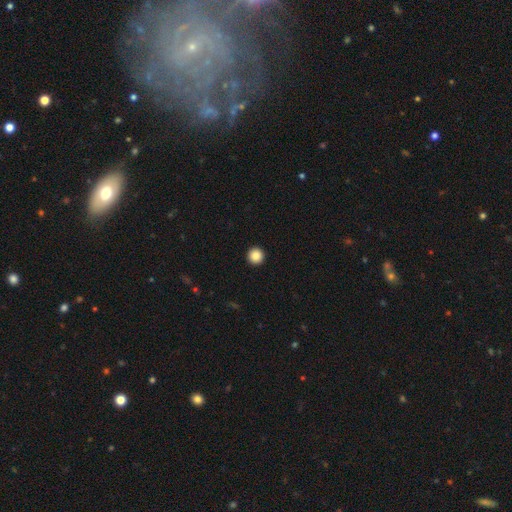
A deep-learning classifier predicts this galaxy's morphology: type=smooth (88%); roundness=round (97%); merging=none (94%).